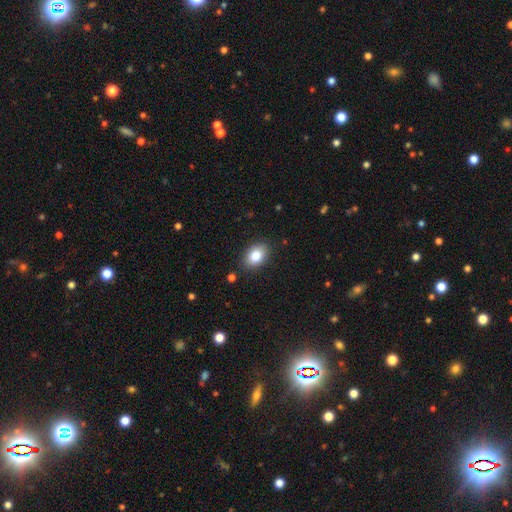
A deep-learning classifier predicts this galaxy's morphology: smooth-or-featured: smooth: 82% | featured or disk: 9% | star or artifact: 8%
  how-rounded: in between: 83% | round: 15% | cigar-shaped: 1%
  merging: none: 87% | minor disturbance: 9% | major disturbance: 2% | merger: 1%